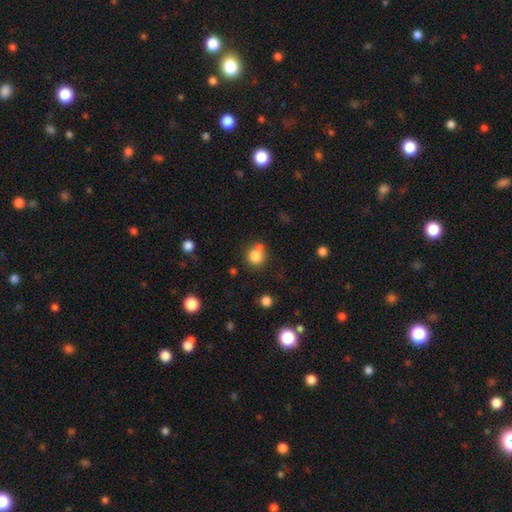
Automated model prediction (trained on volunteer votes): Smooth or featured? Predicted: smooth (p=0.81). How rounded? Predicted: round (p=0.85). Merging? Predicted: none (p=0.56).